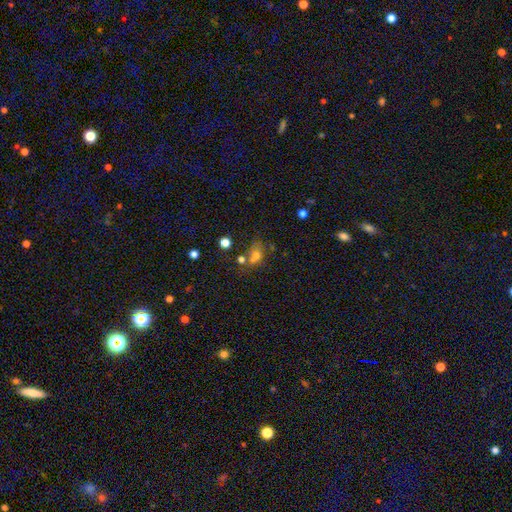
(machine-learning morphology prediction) Overall: smooth (65%). How rounded: round (54%; in between 45%). Merging: none (42%; merger 33%).